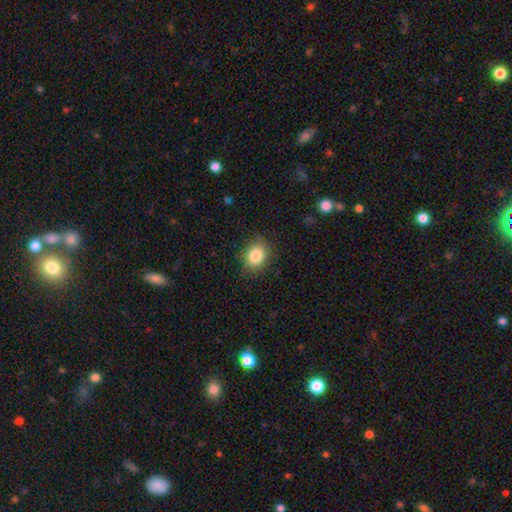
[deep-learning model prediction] Morphology: type=smooth (84%); roundness=round (52%); merging=none (85%).